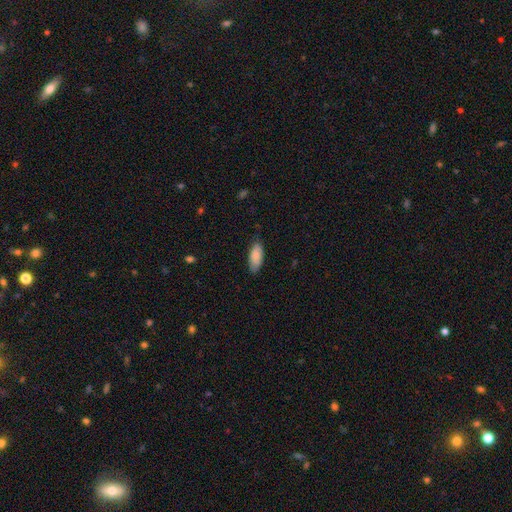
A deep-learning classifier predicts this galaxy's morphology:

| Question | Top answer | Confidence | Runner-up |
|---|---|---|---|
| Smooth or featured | smooth | 88% | featured or disk (6%) |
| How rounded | in between | 85% | cigar-shaped (14%) |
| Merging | none | 77% | minor disturbance (19%) |